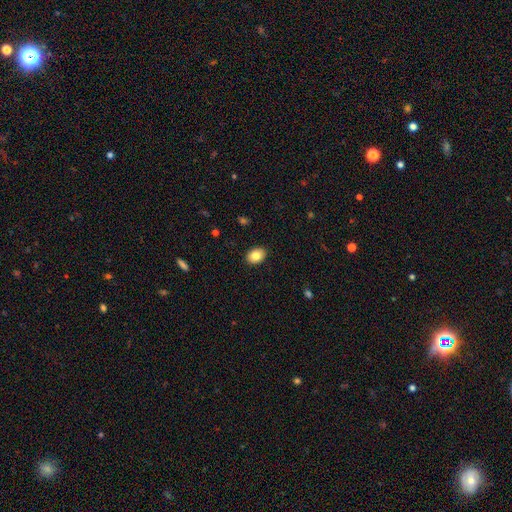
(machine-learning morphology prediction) Smooth or featured: smooth — 85% (star or artifact — 8%)
How rounded: in between — 75% (round — 24%)
Merging: none — 90% (minor disturbance — 7%)